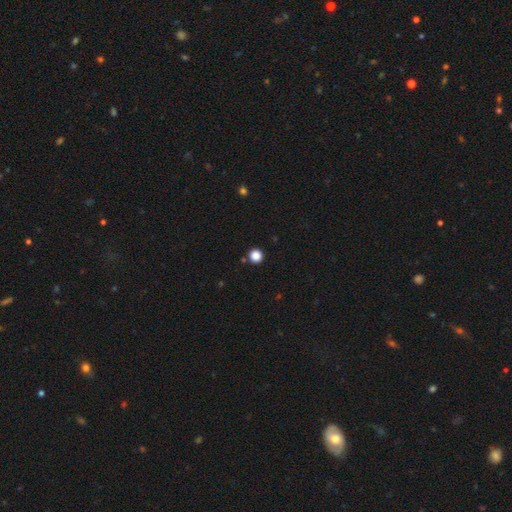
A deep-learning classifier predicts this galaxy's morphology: Overall: smooth (85%). How rounded: round (95%). Merging: none (90%).